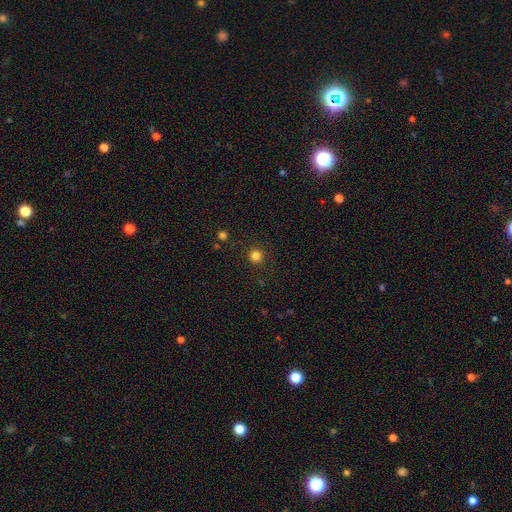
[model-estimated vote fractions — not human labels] Smooth or featured?
  - smooth: 82% *
  - star or artifact: 14%
  - featured or disk: 4%
How rounded?
  - round: 95% *
  - in between: 4%
  - cigar-shaped: 1%
Merging?
  - none: 90% *
  - minor disturbance: 6%
  - major disturbance: 2%
  - merger: 1%